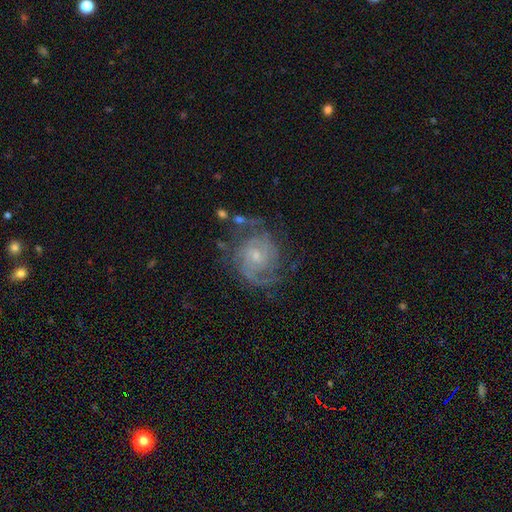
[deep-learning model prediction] A featured or disk galaxy (83%) with no bar (63%), 2 (55%) tight (49%) spiral arms (94%) and a small central bulge (66%).

Vote fractions:
- Smooth or featured? featured or disk: 83% / smooth: 10% / star or artifact: 8%
- Edge-on disk? no: 98% / yes: 2%
- Bar? no: 63% / weak: 31% / strong: 6%
- Spiral arms? yes: 94% / no: 6%
- Spiral winding? tight: 49% / medium: 39% / loose: 12%
- Spiral arm count? 2: 55% / can't tell: 20% / 3: 12% / 1: 5% / 4: 4% / more than 4: 4%
- Bulge size? small: 66% / moderate: 28% / none: 4% / large: 2% / dominant: 1%
- Merging? none: 66% / minor disturbance: 18% / major disturbance: 12% / merger: 3%